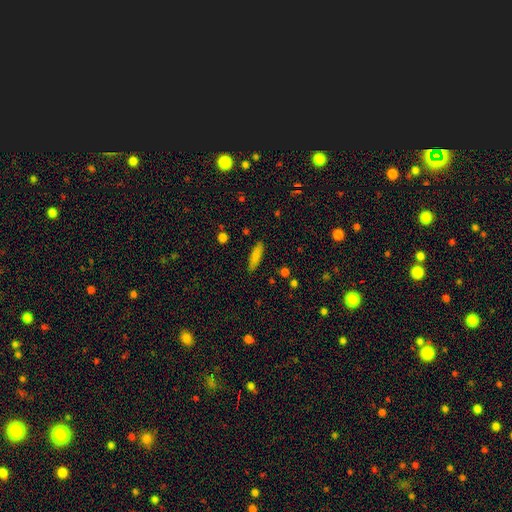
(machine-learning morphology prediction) type=smooth (82%); roundness=cigar-shaped (64%); merging=none (86%).